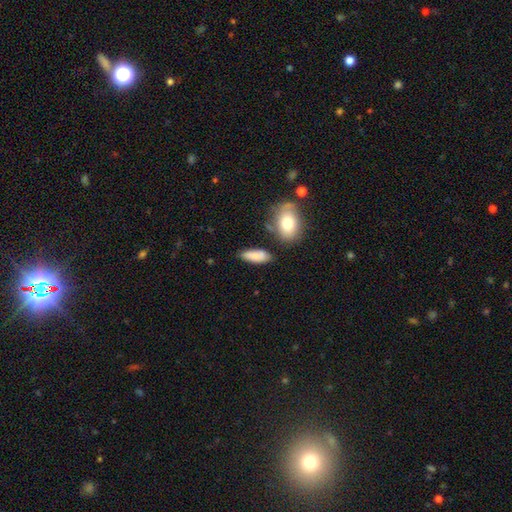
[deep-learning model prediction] smooth 81%, featured or disk 12%, star or artifact 7%. Down the decision tree: how rounded — in between (74%); merging — none (72%).